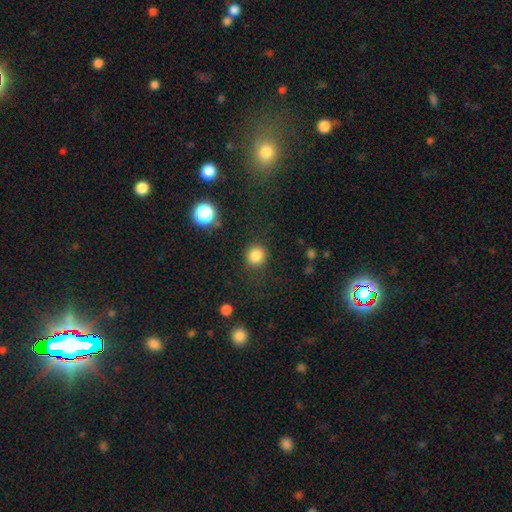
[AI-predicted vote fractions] A smooth galaxy with no disk features (84%) that is round (88%).

Vote fractions:
- Smooth or featured? smooth: 84% / star or artifact: 12% / featured or disk: 4%
- How rounded? round: 88% / in between: 11% / cigar-shaped: 1%
- Merging? none: 86% / minor disturbance: 8% / major disturbance: 4% / merger: 2%